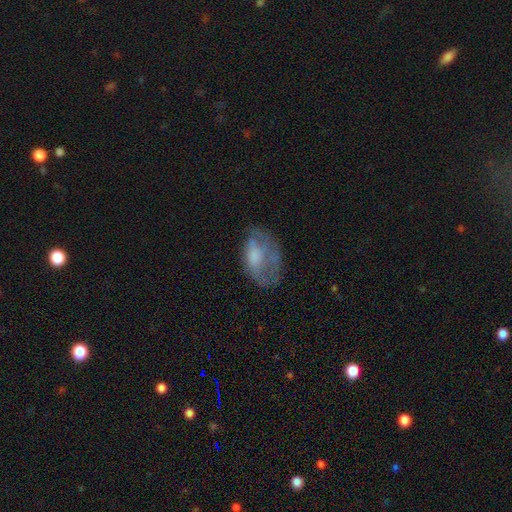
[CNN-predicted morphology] smooth-or-featured: smooth: 50% | featured or disk: 41% | star or artifact: 9%
  merging: none: 42% | major disturbance: 28% | minor disturbance: 28% | merger: 3%